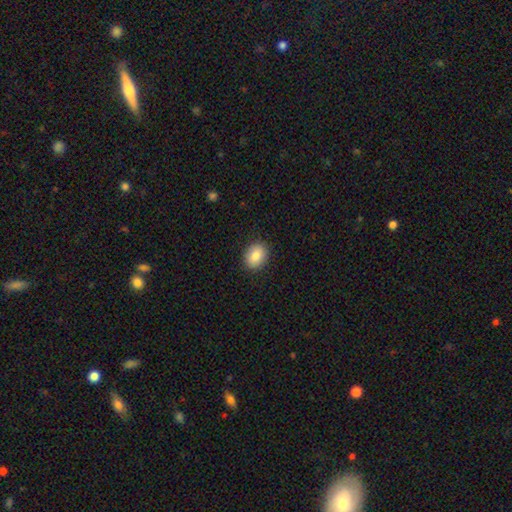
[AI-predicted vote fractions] smooth_or_featured: smooth (p=0.85) [alt: star or artifact p=0.08]
how_rounded: in between (p=0.58) [alt: round p=0.41]
merging: none (p=0.89) [alt: minor disturbance p=0.08]